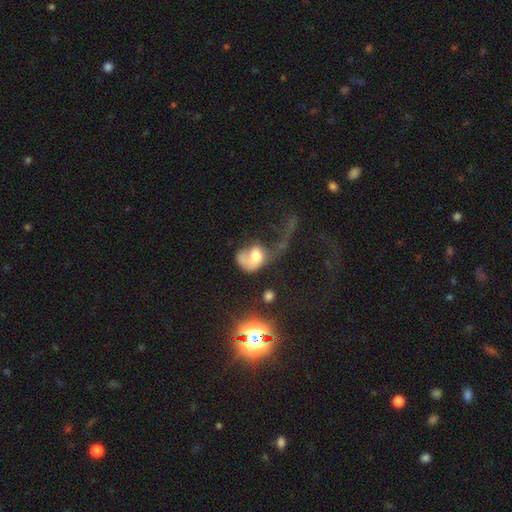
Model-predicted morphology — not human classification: This is possibly a smooth galaxy (55%). How rounded: likely in between (60%). Merging: likely major disturbance (60%).